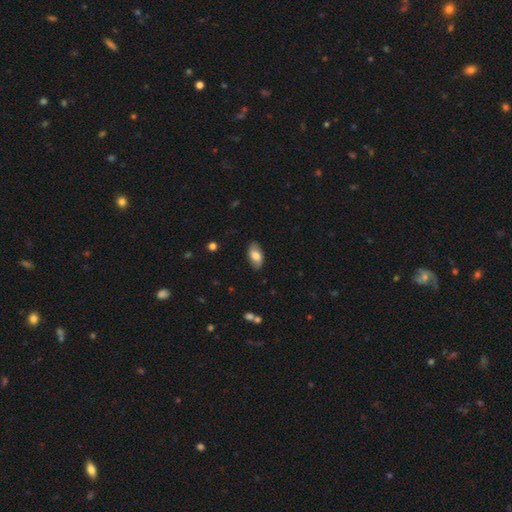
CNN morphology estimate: smooth-or-featured: smooth: 70% | featured or disk: 24% | star or artifact: 7%
  how-rounded: in between: 93% | round: 4% | cigar-shaped: 3%
  merging: none: 84% | minor disturbance: 13% | major disturbance: 3% | merger: 1%